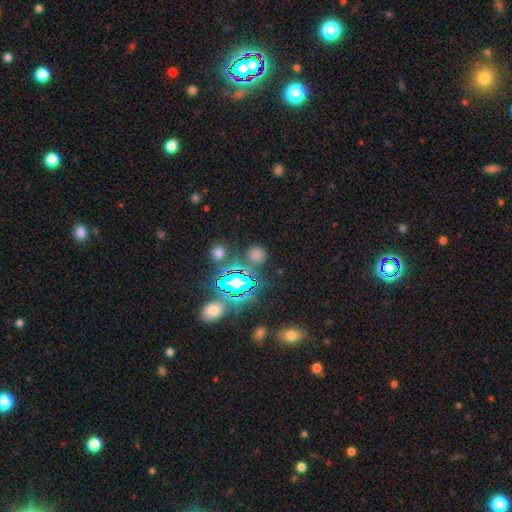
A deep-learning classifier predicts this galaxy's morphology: Smooth or featured? smooth (54%)
How rounded? round (83%)
Merging? none (78%)